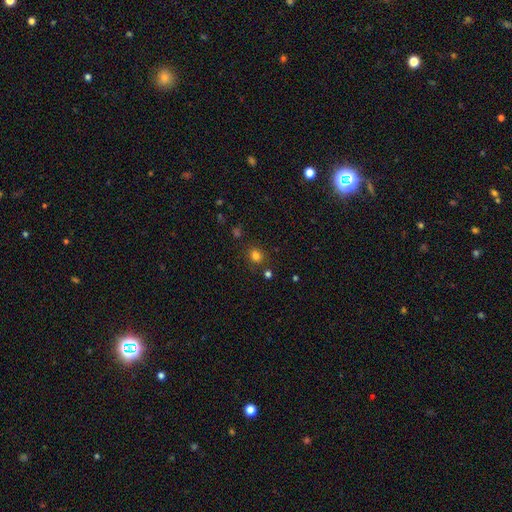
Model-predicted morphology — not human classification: Smooth or featured: smooth — 78% (star or artifact — 17%)
How rounded: round — 72% (in between — 27%)
Merging: none — 81% (minor disturbance — 10%)